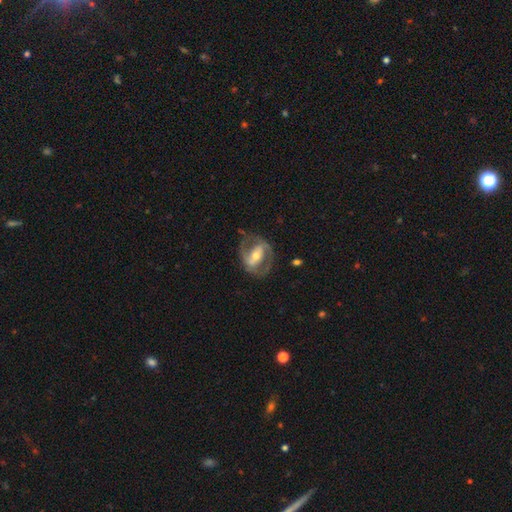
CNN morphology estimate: Smooth or featured?
  - featured or disk: 81% *
  - smooth: 14%
  - star or artifact: 5%
Edge-on disk?
  - no: 95% *
  - yes: 5%
Bar?
  - strong: 51% *
  - weak: 30%
  - no: 19%
Spiral arms?
  - yes: 83% *
  - no: 17%
Spiral winding?
  - medium: 51% *
  - tight: 28%
  - loose: 21%
Spiral arm count?
  - 2: 86% *
  - can't tell: 8%
  - 1: 3%
  - 3: 1%
  - 4: 1%
  - more than 4: 1%
Bulge size?
  - moderate: 58% *
  - small: 34%
  - large: 6%
  - none: 1%
  - dominant: 1%
Merging?
  - none: 71% *
  - minor disturbance: 16%
  - major disturbance: 11%
  - merger: 2%